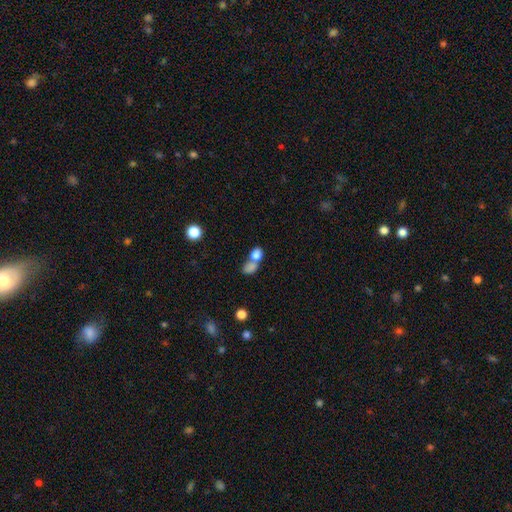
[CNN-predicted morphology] Smooth or featured? smooth (80%)
How rounded? in between (62%)
Merging? merger (64%)